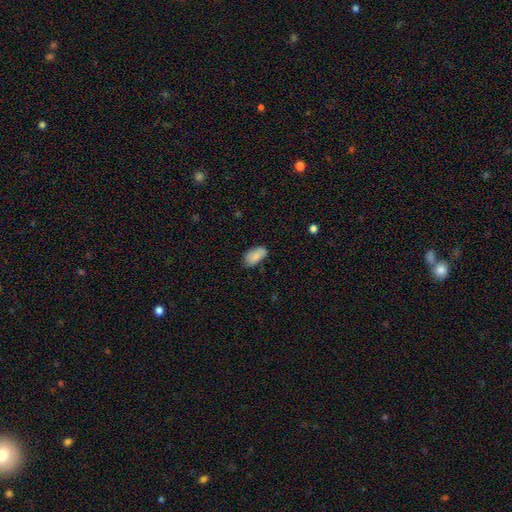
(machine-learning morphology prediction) smooth 84%, featured or disk 9%, star or artifact 7%. Down the decision tree: how rounded — in between (93%); merging — none (69%).